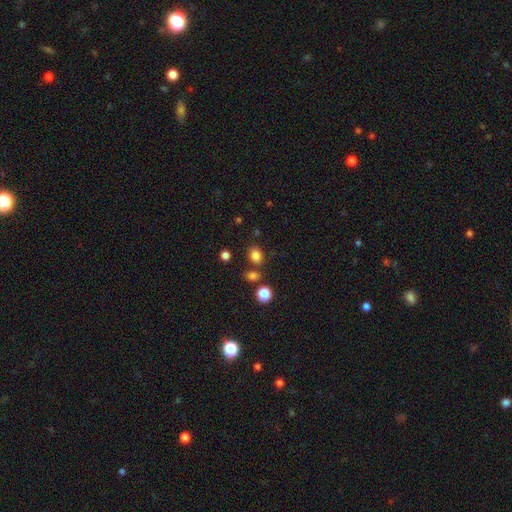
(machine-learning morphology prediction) smooth_or_featured: smooth (p=0.82) [alt: star or artifact p=0.13]
how_rounded: round (p=0.56) [alt: in between p=0.43]
merging: none (p=0.76) [alt: minor disturbance p=0.10]